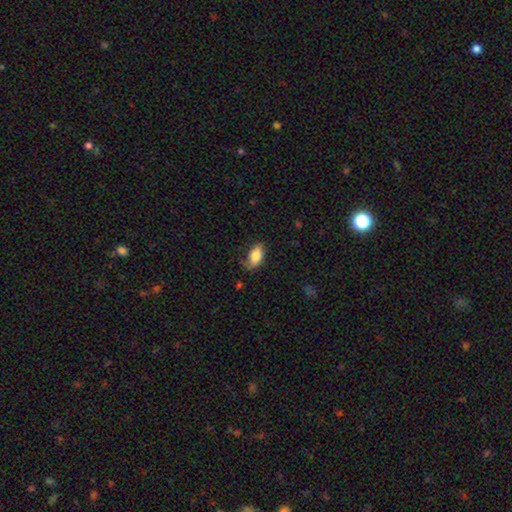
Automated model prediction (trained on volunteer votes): A smooth galaxy with no disk features (76%) that is in between round and cigar-shaped (91%).

Vote fractions:
- Smooth or featured? smooth: 76% / featured or disk: 17% / star or artifact: 7%
- How rounded? in between: 91% / cigar-shaped: 5% / round: 4%
- Merging? none: 56% / minor disturbance: 29% / major disturbance: 13% / merger: 2%